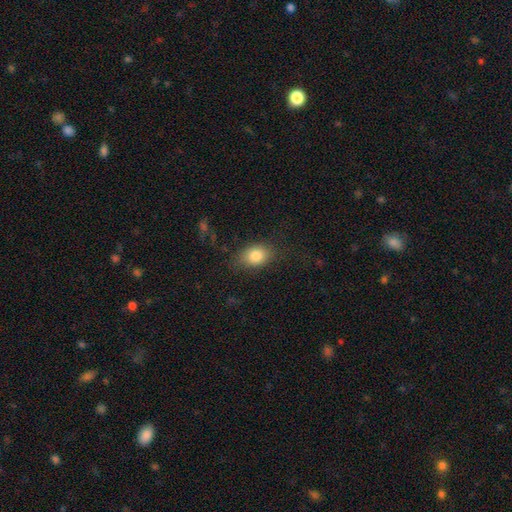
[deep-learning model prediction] Smooth or featured? Predicted: smooth (p=0.83). How rounded? Predicted: in between (p=0.71). Merging? Predicted: none (p=0.77).